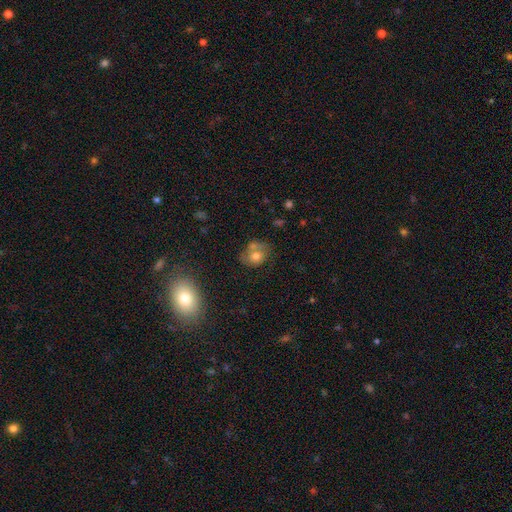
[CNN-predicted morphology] smooth 59%, featured or disk 30%, star or artifact 11%. Down the decision tree: how rounded — round (55%); merging — none (38%).